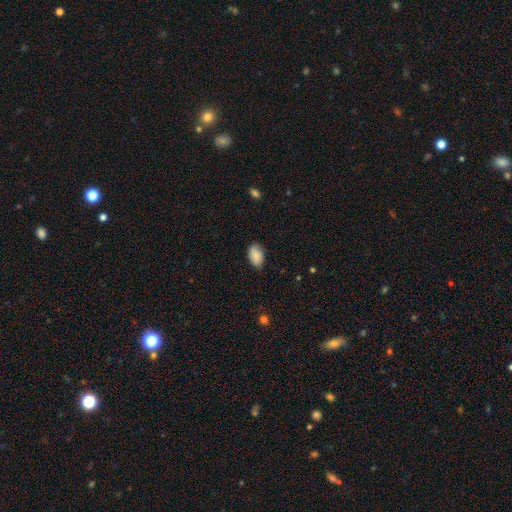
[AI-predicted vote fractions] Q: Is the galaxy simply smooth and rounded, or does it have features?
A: smooth — 87%.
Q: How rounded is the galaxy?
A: in between — 92%.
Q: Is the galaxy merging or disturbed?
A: none — 79%.